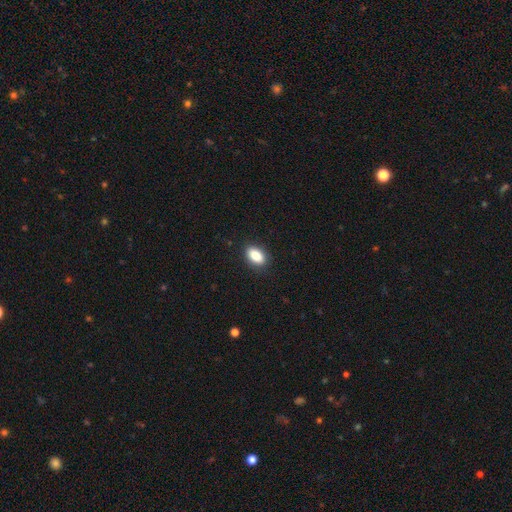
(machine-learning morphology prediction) A smooth galaxy with no disk features (86%) that is in between round and cigar-shaped (90%). Merging: none (88%).